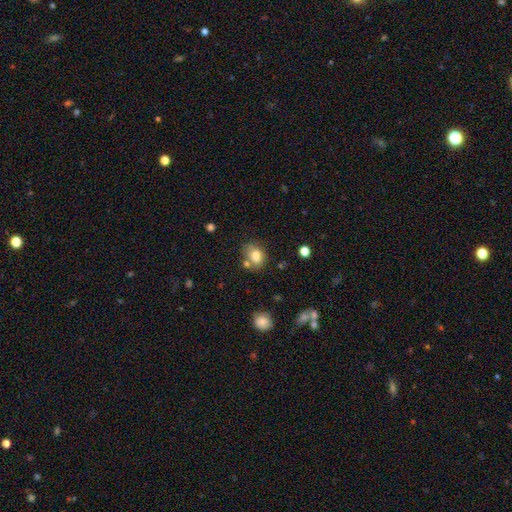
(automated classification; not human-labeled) Smooth or featured? smooth (77%)
How rounded? in between (58%)
Merging? none (59%)